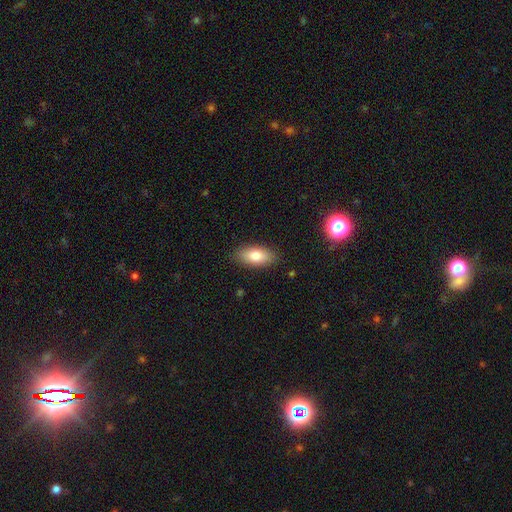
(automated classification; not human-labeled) This appears to be a smooth galaxy with no disk features (81%) that is in between round and cigar-shaped (90%). Merging: none (87%).